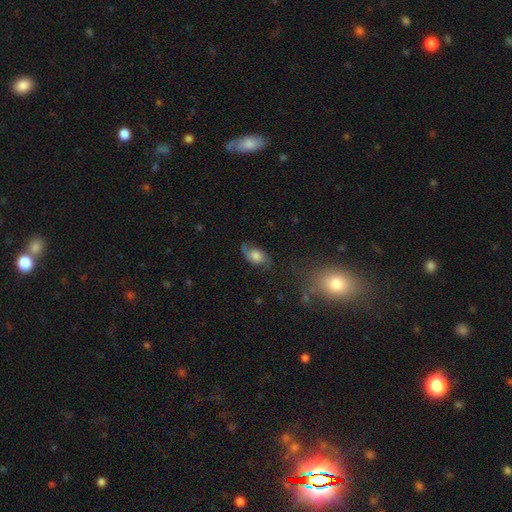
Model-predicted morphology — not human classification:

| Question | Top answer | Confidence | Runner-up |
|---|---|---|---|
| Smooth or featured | featured or disk | 51% | smooth (40%) |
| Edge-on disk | no | 91% | yes (9%) |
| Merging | none | 67% | minor disturbance (22%) |